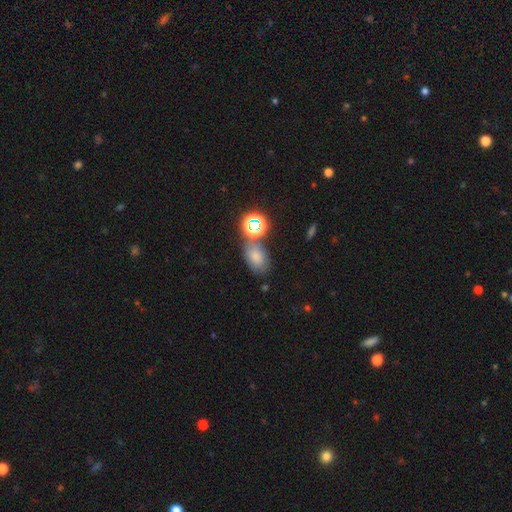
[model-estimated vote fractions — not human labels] This is likely a smooth galaxy (68%). How rounded: clearly in between (80%). Merging: possibly none (58%).